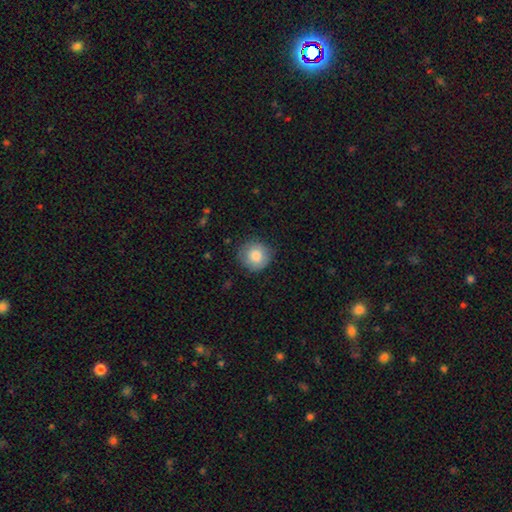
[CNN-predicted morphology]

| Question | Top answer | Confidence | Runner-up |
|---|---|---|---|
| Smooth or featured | smooth | 82% | featured or disk (10%) |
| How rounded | round | 93% | in between (6%) |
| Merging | none | 83% | minor disturbance (13%) |